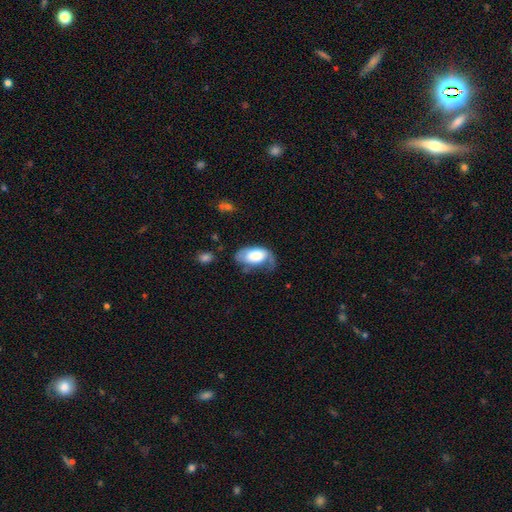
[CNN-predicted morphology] smooth 61%, featured or disk 32%, star or artifact 7%. Down the decision tree: how rounded — in between (94%); merging — major disturbance (35%).